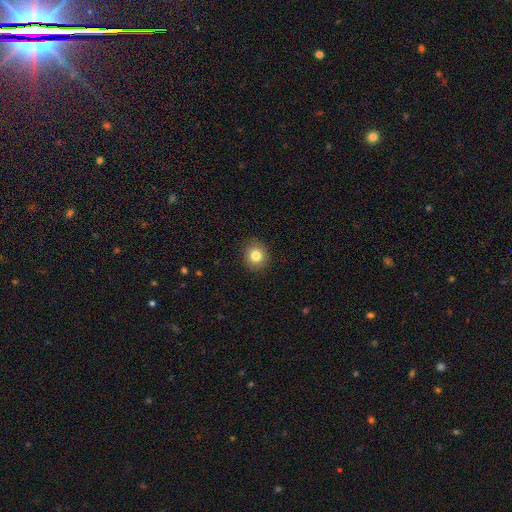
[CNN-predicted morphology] Smooth or featured?
  - smooth: 83% *
  - star or artifact: 10%
  - featured or disk: 7%
How rounded?
  - round: 83% *
  - in between: 16%
  - cigar-shaped: 1%
Merging?
  - none: 91% *
  - minor disturbance: 6%
  - major disturbance: 2%
  - merger: 1%